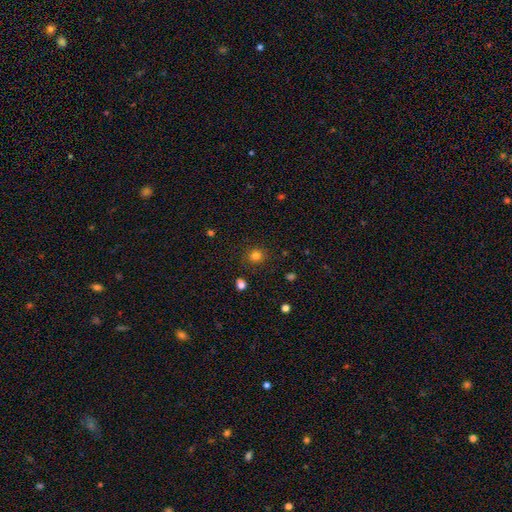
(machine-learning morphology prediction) Q: Smooth or featured?
A: smooth (80%); runner-up: star or artifact (15%)
Q: How rounded?
A: round (84%); runner-up: in between (16%)
Q: Merging?
A: none (85%); runner-up: minor disturbance (10%)